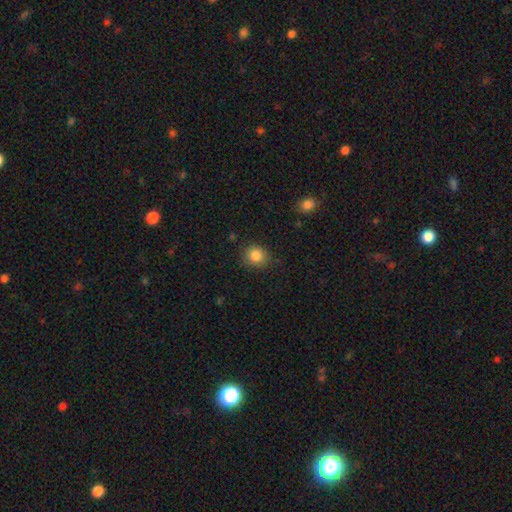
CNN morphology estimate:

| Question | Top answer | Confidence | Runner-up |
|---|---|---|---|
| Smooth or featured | smooth | 84% | star or artifact (10%) |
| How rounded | round | 82% | in between (17%) |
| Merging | none | 81% | minor disturbance (14%) |